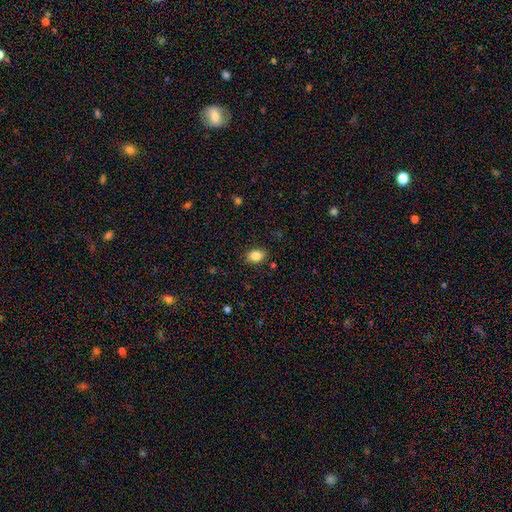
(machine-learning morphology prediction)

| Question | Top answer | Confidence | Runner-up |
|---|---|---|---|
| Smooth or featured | smooth | 85% | star or artifact (9%) |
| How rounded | in between | 77% | round (22%) |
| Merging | none | 86% | minor disturbance (10%) |